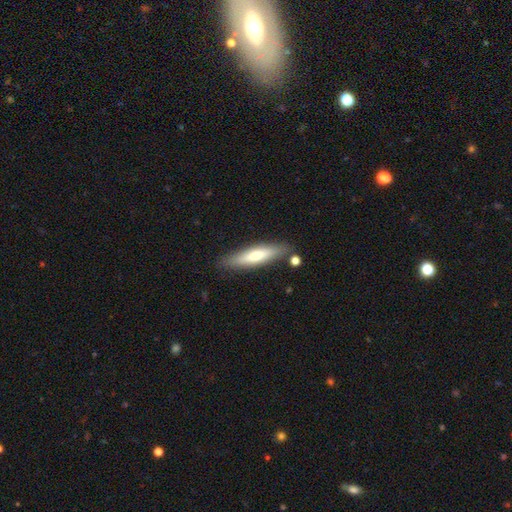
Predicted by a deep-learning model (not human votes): Smooth or featured? smooth (56%)
How rounded? cigar-shaped (78%)
Merging? none (84%)